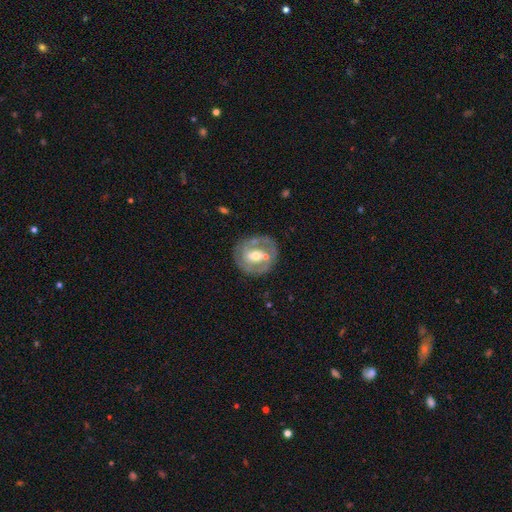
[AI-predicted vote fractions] This is likely a featured or disk galaxy (74%). It is clearly not viewed edge-on (97%). Bar: possibly no (46%). Spiral arm pattern: likely yes (72%). Spiral arm count: possibly 2 (53%). Spiral winding: possibly tight (56%). Central bulge: likely moderate (66%). Merging: likely none (69%).